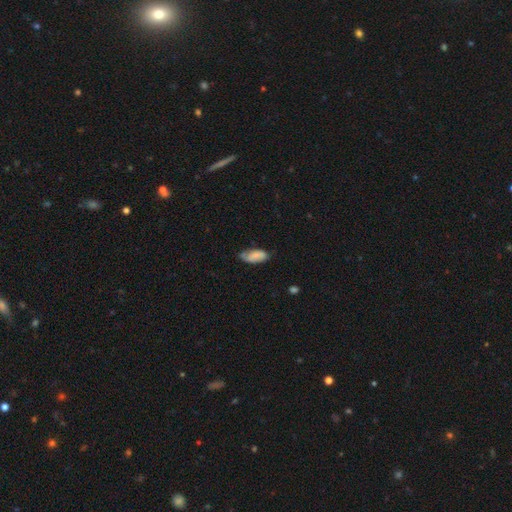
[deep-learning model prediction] smooth-or-featured: smooth: 76% | featured or disk: 17% | star or artifact: 7%
  how-rounded: in between: 87% | cigar-shaped: 11% | round: 2%
  merging: none: 57% | minor disturbance: 33% | major disturbance: 7% | merger: 2%